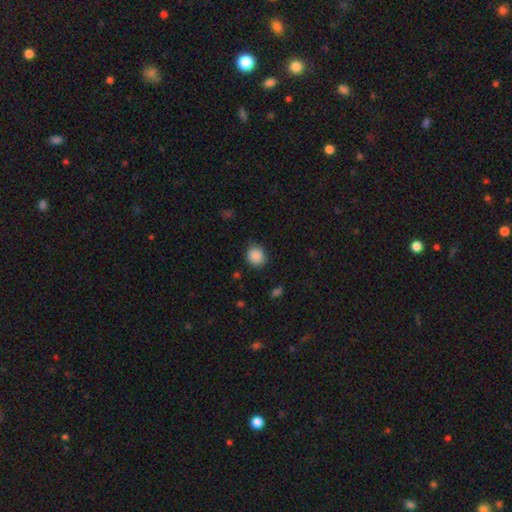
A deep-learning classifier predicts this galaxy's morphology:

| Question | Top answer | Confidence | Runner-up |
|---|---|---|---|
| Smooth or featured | smooth | 88% | star or artifact (9%) |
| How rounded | round | 86% | in between (13%) |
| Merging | none | 85% | minor disturbance (11%) |